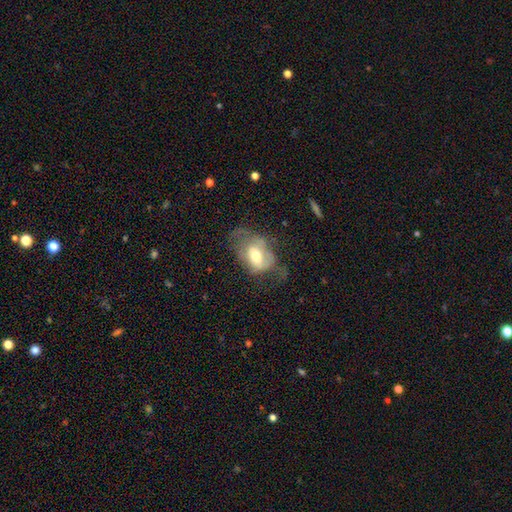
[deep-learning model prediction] A smooth galaxy with no disk features (50%). Merging: major disturbance (41%).